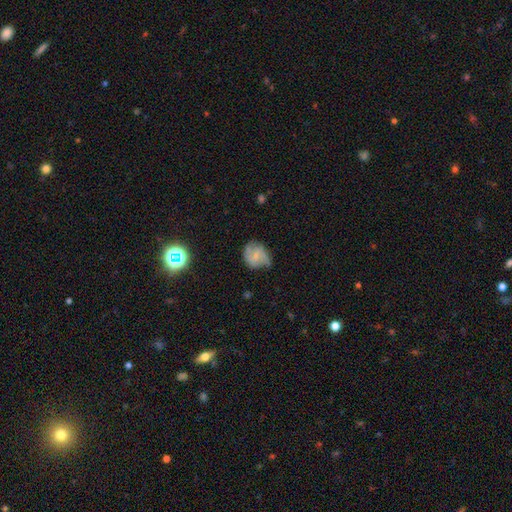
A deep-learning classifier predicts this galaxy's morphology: Q: Smooth or featured?
A: featured or disk (55%); runner-up: smooth (36%)
Q: Edge-on disk?
A: no (97%); runner-up: yes (3%)
Q: Bar?
A: no (55%); runner-up: weak (36%)
Q: Spiral arms?
A: yes (85%); runner-up: no (15%)
Q: Bulge size?
A: small (65%); runner-up: moderate (24%)
Q: Merging?
A: none (59%); runner-up: minor disturbance (29%)